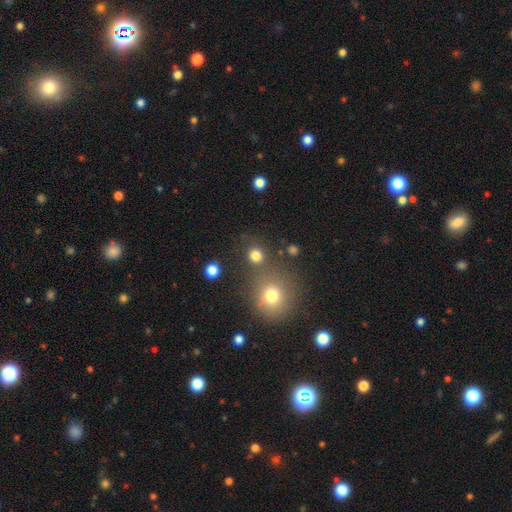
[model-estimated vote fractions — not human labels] A smooth galaxy with no disk features (79%) that is round (89%).

Vote fractions:
- Smooth or featured? smooth: 79% / star or artifact: 15% / featured or disk: 6%
- How rounded? round: 89% / in between: 10% / cigar-shaped: 1%
- Merging? none: 74% / merger: 14% / minor disturbance: 8% / major disturbance: 4%